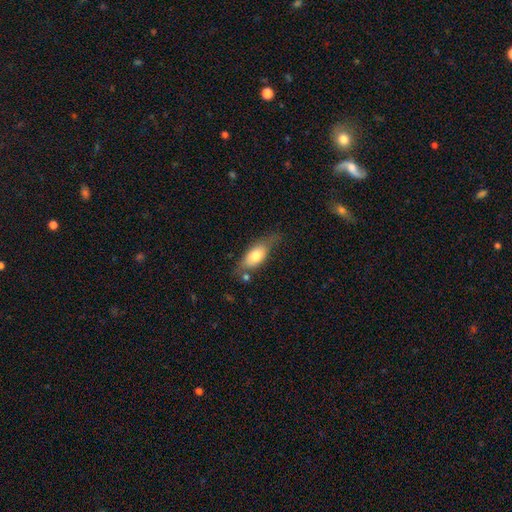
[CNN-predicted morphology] This is likely a smooth galaxy (66%). How rounded: likely in between (78%). Merging: possibly none (58%).